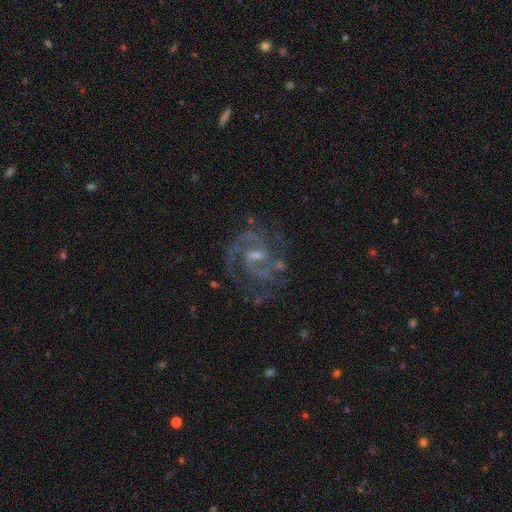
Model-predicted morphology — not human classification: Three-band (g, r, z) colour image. It shows a featured or disk galaxy (91%) with a weak bar (60%), 2 (75%) medium (56%) spiral arms (98%) and a small central bulge (51%). Merging: none (69%).